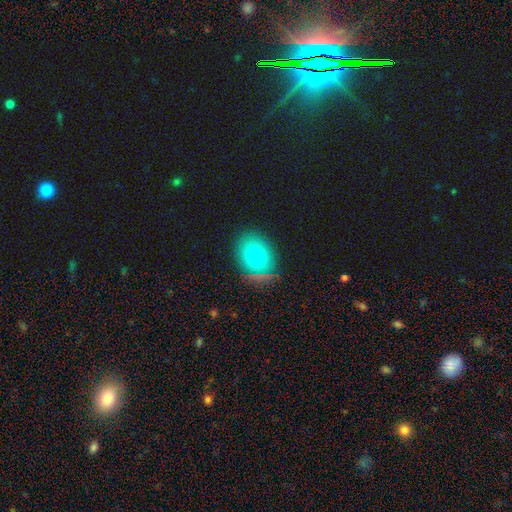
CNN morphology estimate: Smooth or featured? Predicted: smooth (p=0.73). How rounded? Predicted: in between (p=0.55). Merging? Predicted: none (p=0.76).